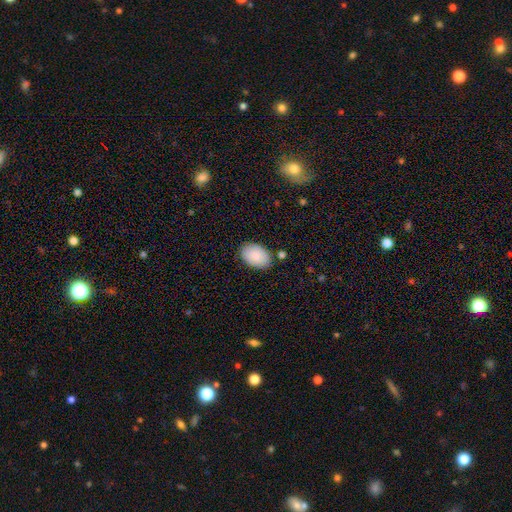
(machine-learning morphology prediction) Overall: smooth (88%). How rounded: in between (89%). Merging: none (84%).